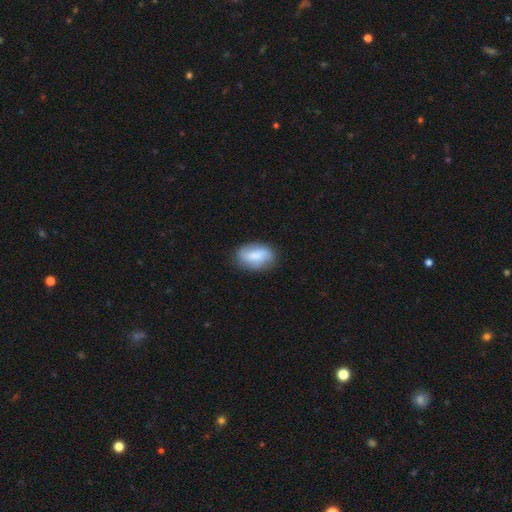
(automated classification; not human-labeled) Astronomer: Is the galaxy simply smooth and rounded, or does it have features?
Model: smooth — 61%.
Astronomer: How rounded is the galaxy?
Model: in between — 86%.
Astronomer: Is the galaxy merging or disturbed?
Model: none — 79%.